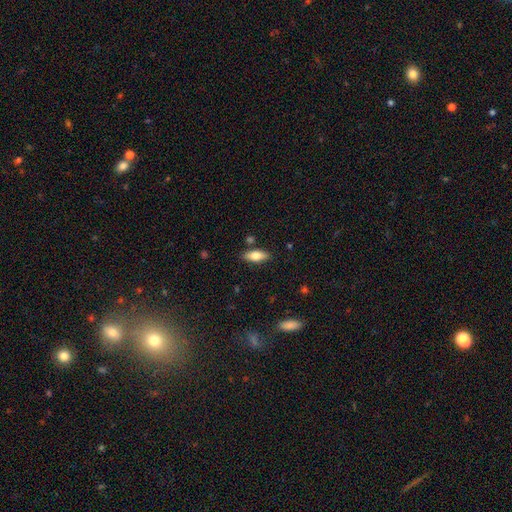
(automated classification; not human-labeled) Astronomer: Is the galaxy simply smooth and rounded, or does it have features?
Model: smooth — 70%.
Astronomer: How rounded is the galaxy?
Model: in between — 75%.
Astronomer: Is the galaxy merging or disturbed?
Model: none — 82%.